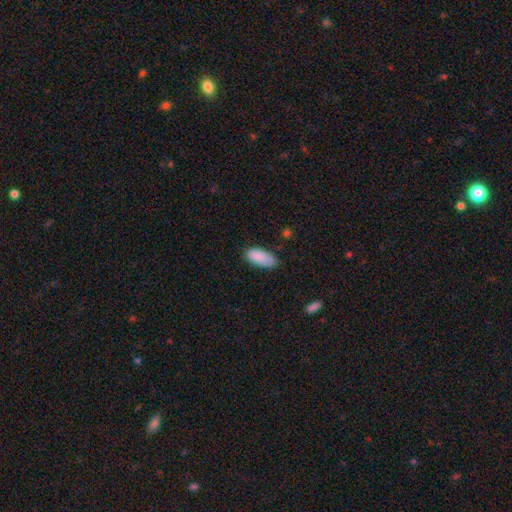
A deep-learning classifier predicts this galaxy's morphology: Smooth or featured? smooth (88%)
How rounded? in between (89%)
Merging? none (71%)